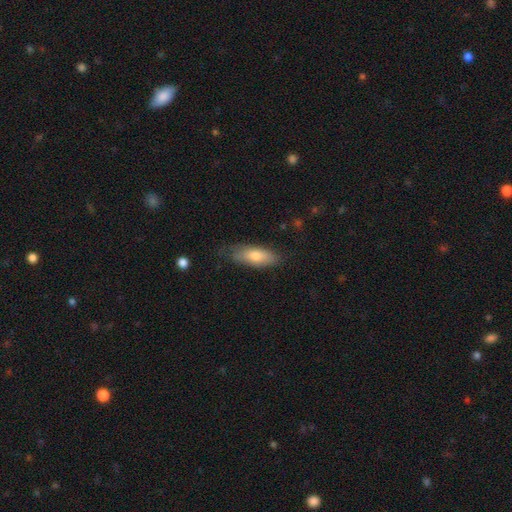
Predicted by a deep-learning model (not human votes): A smooth galaxy with no disk features (72%) that is in between round and cigar-shaped (70%).

Vote fractions:
- Smooth or featured? smooth: 72% / featured or disk: 22% / star or artifact: 6%
- How rounded? in between: 70% / cigar-shaped: 28% / round: 2%
- Merging? none: 67% / minor disturbance: 25% / major disturbance: 6% / merger: 2%